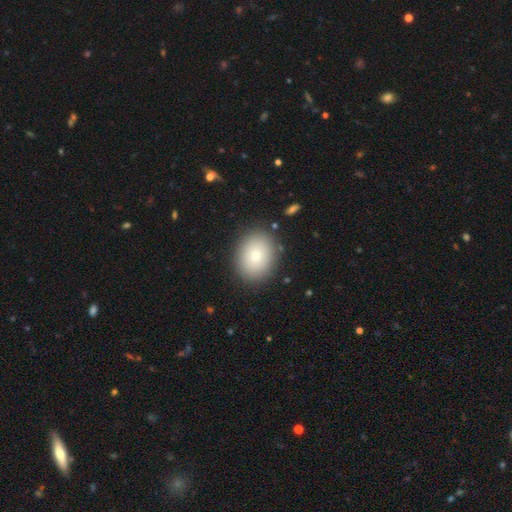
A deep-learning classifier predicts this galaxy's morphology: The model was most divided on "how rounded": in between: 57%, round: 43%, cigar-shaped: 1%. More confident: merging — none (87%); smooth or featured — smooth (81%).